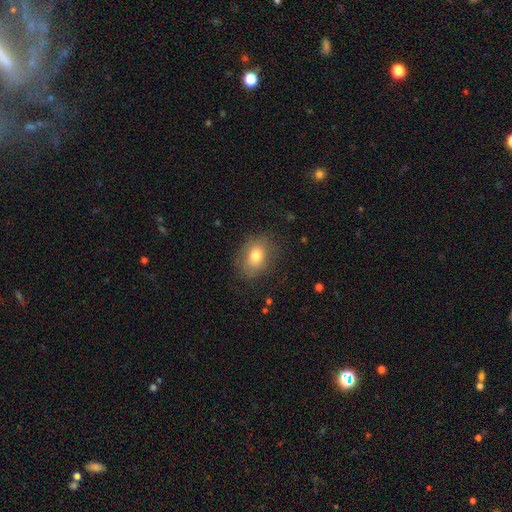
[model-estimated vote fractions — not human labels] smooth_or_featured: smooth (p=0.76) [alt: featured or disk p=0.14]
how_rounded: in between (p=0.67) [alt: round p=0.31]
merging: none (p=0.77) [alt: minor disturbance p=0.16]